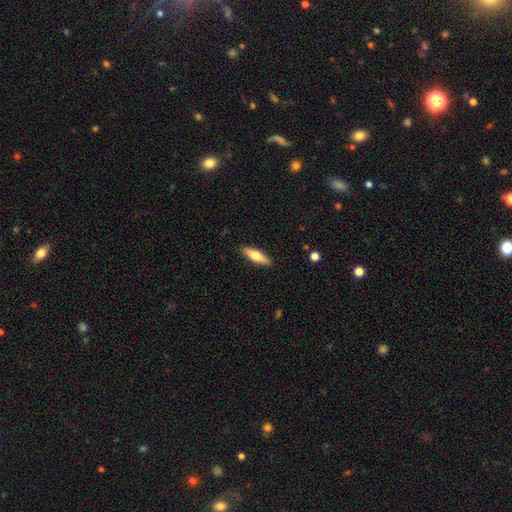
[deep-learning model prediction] The model was most divided on "how rounded": cigar-shaped: 54%, in between: 44%, round: 2%. More confident: merging — none (89%); smooth or featured — smooth (63%).